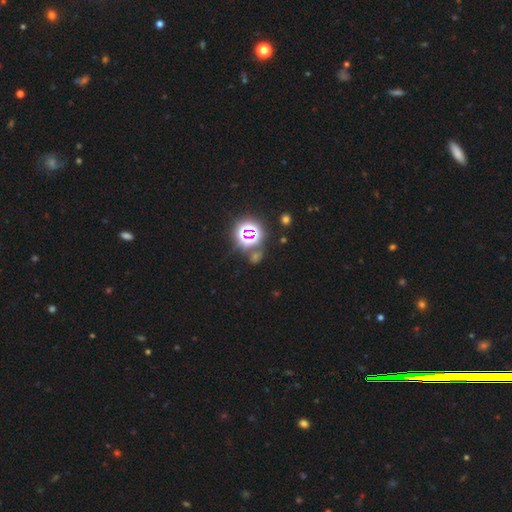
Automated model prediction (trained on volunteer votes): star or artifact 69%, smooth 22%, featured or disk 8%.